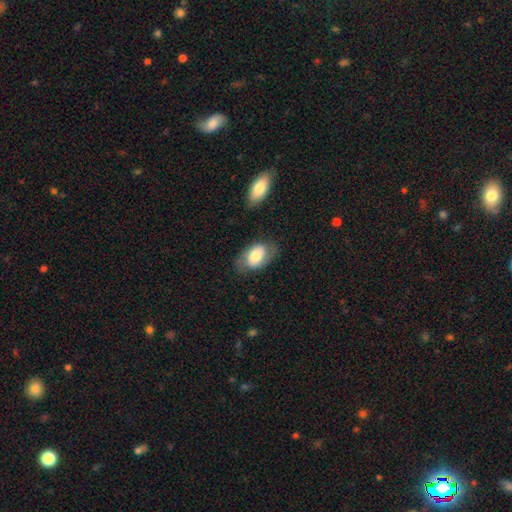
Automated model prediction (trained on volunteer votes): Smooth or featured? Predicted: smooth (p=0.67). How rounded? Predicted: in between (p=0.89). Merging? Predicted: none (p=0.67).